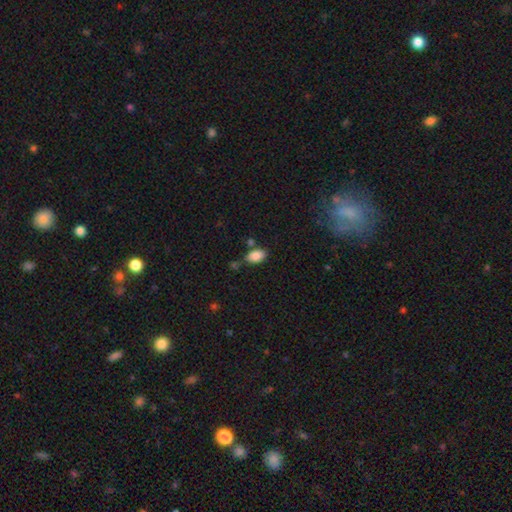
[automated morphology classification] This appears to be a smooth galaxy with no disk features (86%) that is in between round and cigar-shaped (91%). Merging: none (67%).